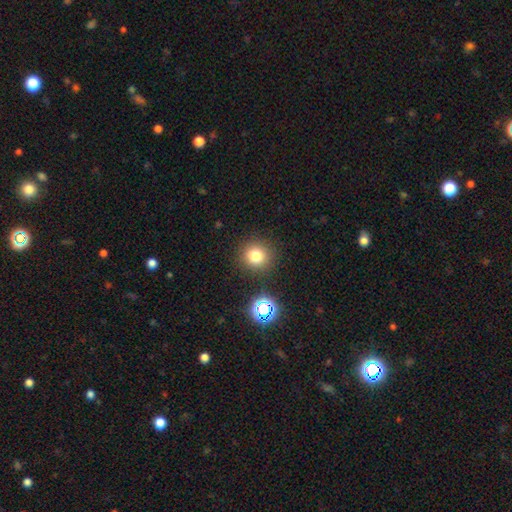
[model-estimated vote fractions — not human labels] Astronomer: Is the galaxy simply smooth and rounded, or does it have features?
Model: smooth — 76%.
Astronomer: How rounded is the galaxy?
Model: round — 91%.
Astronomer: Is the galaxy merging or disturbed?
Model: none — 87%.